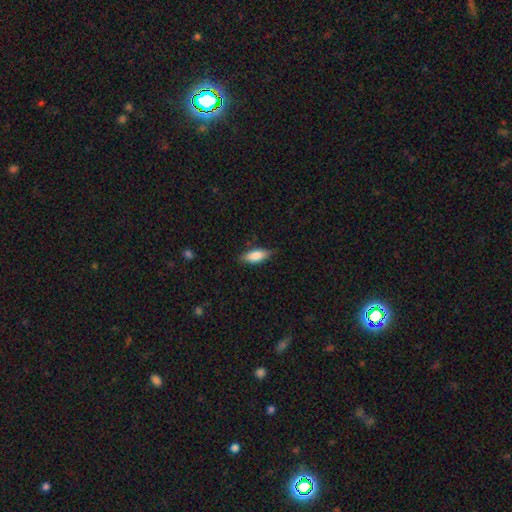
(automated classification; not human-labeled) This appears to be a smooth galaxy with no disk features (83%) that is in between round and cigar-shaped (78%). Merging: none (82%).